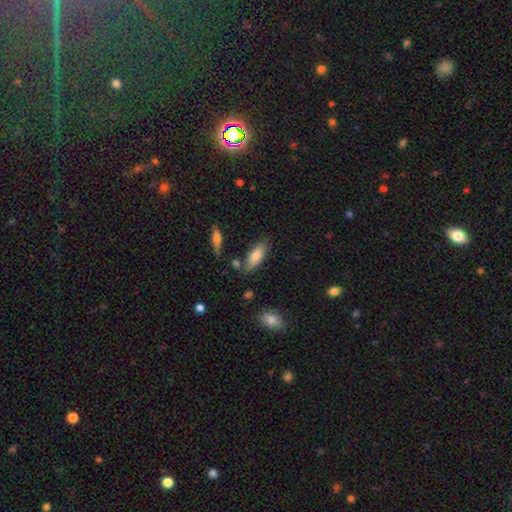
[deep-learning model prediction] smooth-or-featured: smooth: 80% | featured or disk: 13% | star or artifact: 7%
  how-rounded: in between: 67% | cigar-shaped: 31% | round: 2%
  merging: none: 74% | minor disturbance: 16% | merger: 6% | major disturbance: 4%